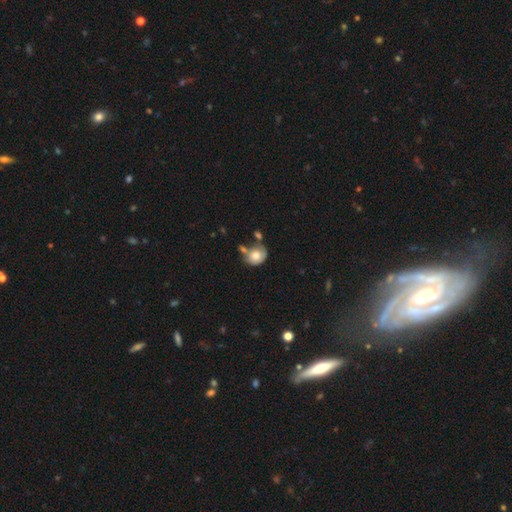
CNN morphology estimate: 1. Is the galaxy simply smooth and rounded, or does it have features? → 68% smooth, 24% featured or disk, 8% star or artifact.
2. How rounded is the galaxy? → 56% round, 43% in between, 1% cigar-shaped.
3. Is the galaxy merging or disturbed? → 39% none, 25% merger, 24% minor disturbance, 11% major disturbance.